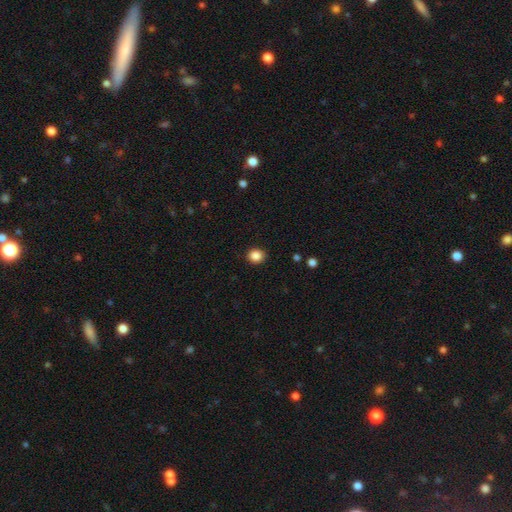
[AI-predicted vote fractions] Morphology: type=smooth (87%); roundness=round (78%); merging=none (91%).